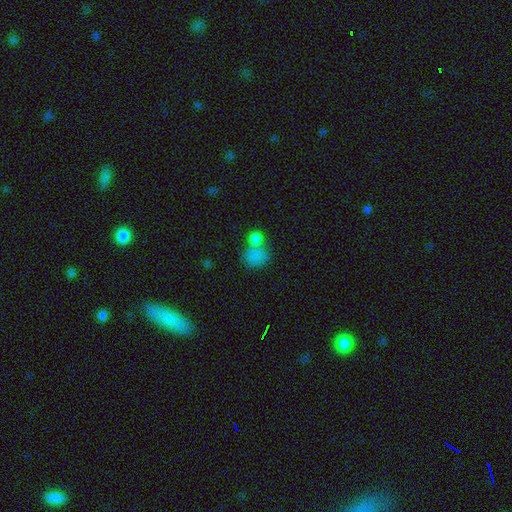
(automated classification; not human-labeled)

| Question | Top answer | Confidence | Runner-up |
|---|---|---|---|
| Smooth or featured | smooth | 79% | star or artifact (12%) |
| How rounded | round | 69% | in between (30%) |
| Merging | merger | 46% | none (38%) |